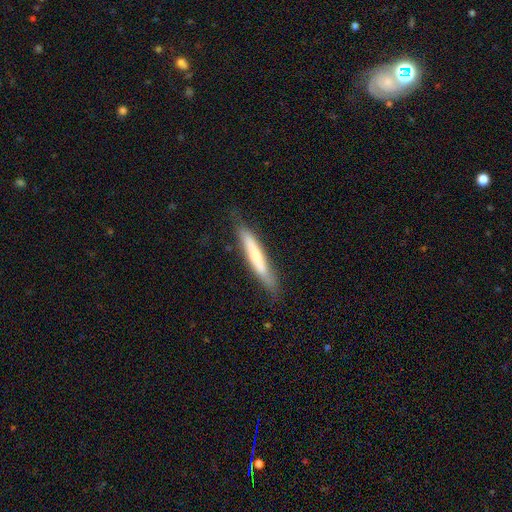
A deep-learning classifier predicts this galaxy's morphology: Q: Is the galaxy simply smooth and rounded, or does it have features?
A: featured or disk — 49%.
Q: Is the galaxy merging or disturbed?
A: none — 83%.